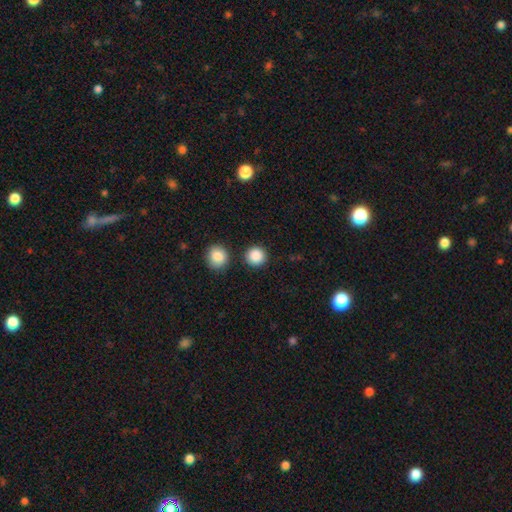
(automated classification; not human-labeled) smooth-or-featured: smooth: 88% | star or artifact: 9% | featured or disk: 3%
  how-rounded: round: 95% | in between: 5% | cigar-shaped: 1%
  merging: none: 87% | minor disturbance: 6% | merger: 5% | major disturbance: 2%